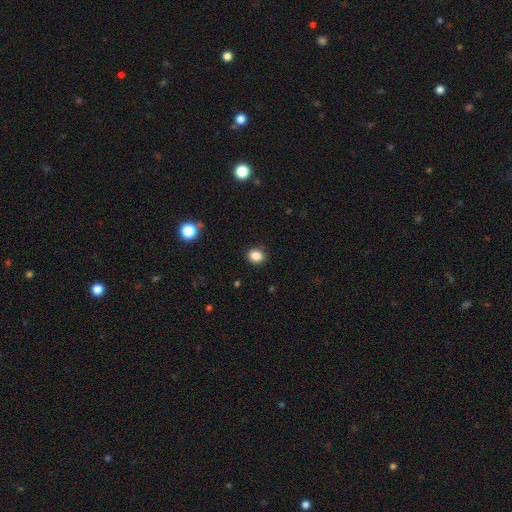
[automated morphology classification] This appears to be a smooth galaxy with no disk features (86%) that is round (73%). Merging: none (88%).